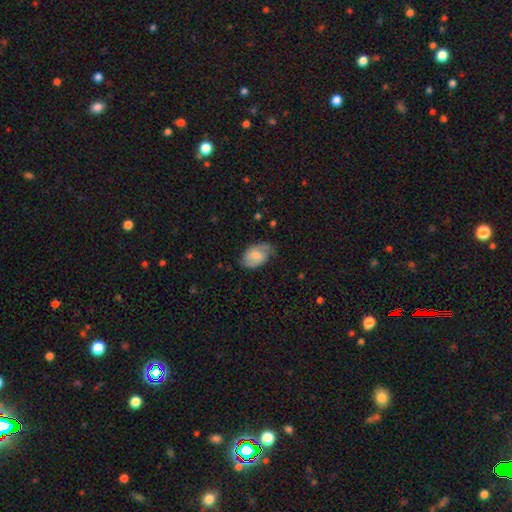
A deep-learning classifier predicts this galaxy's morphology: A smooth galaxy with no disk features (50%).

Vote fractions:
- Smooth or featured? smooth: 50% / featured or disk: 43% / star or artifact: 7%
- Merging? none: 59% / minor disturbance: 30% / major disturbance: 10% / merger: 1%